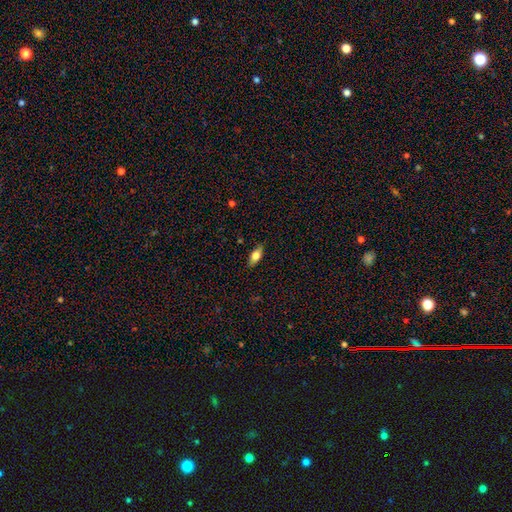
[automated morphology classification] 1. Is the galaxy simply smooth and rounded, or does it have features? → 70% smooth, 23% featured or disk, 7% star or artifact.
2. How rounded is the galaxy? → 80% in between, 15% cigar-shaped, 4% round.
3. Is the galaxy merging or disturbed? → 85% none, 11% minor disturbance, 2% major disturbance, 1% merger.